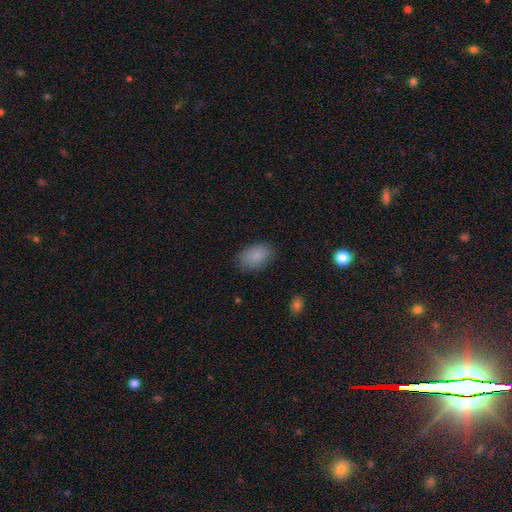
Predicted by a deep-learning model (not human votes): smooth-or-featured: smooth: 87% | star or artifact: 8% | featured or disk: 5%
  how-rounded: in between: 88% | round: 10% | cigar-shaped: 1%
  merging: none: 81% | minor disturbance: 14% | major disturbance: 3% | merger: 1%